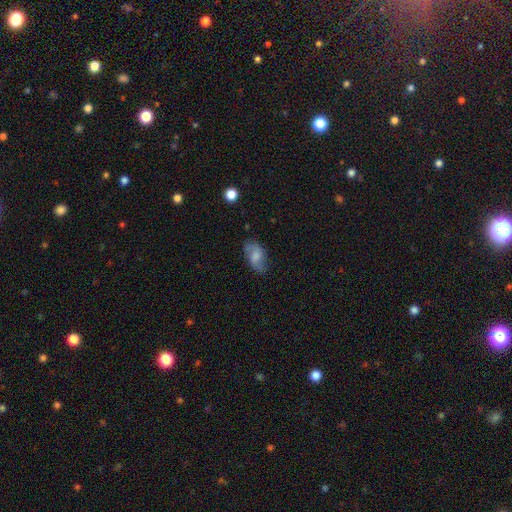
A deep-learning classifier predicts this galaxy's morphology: Smooth or featured: smooth — 63% (featured or disk — 29%)
How rounded: in between — 92% (round — 6%)
Merging: none — 68% (minor disturbance — 23%)